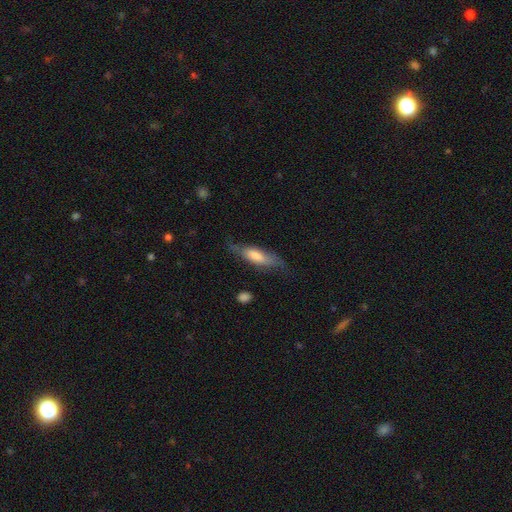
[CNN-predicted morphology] Q: Smooth or featured?
A: smooth (55%); runner-up: featured or disk (38%)
Q: How rounded?
A: cigar-shaped (55%); runner-up: in between (43%)
Q: Merging?
A: none (65%); runner-up: minor disturbance (24%)